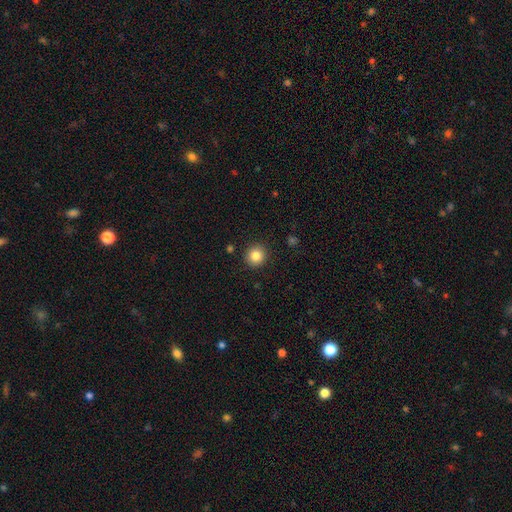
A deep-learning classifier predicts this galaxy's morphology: The model was most divided on "smooth or featured": smooth: 84%, star or artifact: 10%, featured or disk: 5%. More confident: how rounded — round (93%); merging — none (91%).